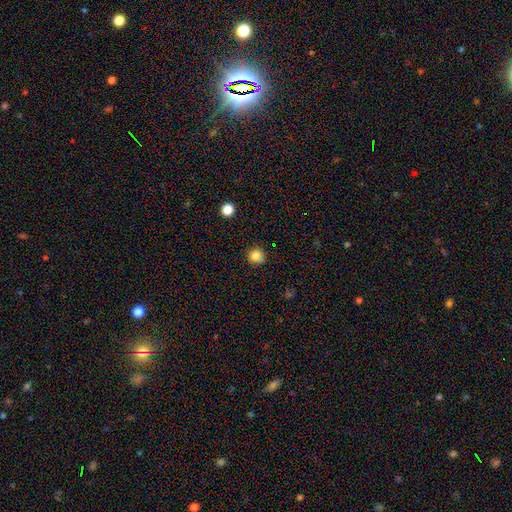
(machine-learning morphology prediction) smooth_or_featured: smooth (p=0.83) [alt: star or artifact p=0.12]
how_rounded: round (p=0.92) [alt: in between p=0.07]
merging: none (p=0.83) [alt: minor disturbance p=0.13]